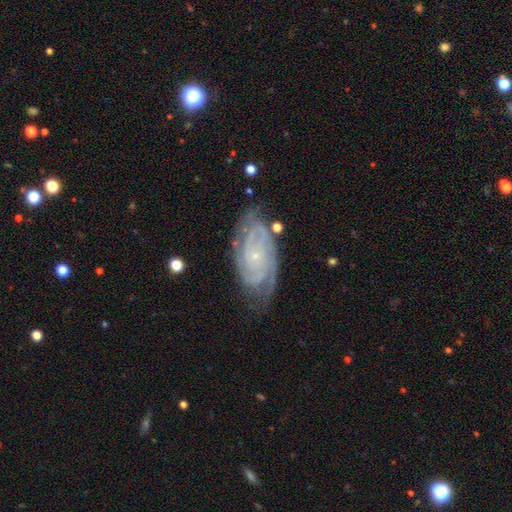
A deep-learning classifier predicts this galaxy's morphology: Smooth or featured?
  - featured or disk: 87% *
  - smooth: 7%
  - star or artifact: 6%
Edge-on disk?
  - no: 96% *
  - yes: 4%
Bar?
  - no: 74% *
  - weak: 20%
  - strong: 6%
Spiral arms?
  - yes: 97% *
  - no: 3%
Spiral winding?
  - tight: 75% *
  - medium: 21%
  - loose: 4%
Spiral arm count?
  - 2: 29% *
  - can't tell: 24%
  - 3: 21%
  - 4: 14%
  - more than 4: 6%
  - 1: 5%
Bulge size?
  - small: 86% *
  - moderate: 9%
  - none: 3%
  - large: 1%
  - dominant: 1%
Merging?
  - none: 70% *
  - minor disturbance: 21%
  - major disturbance: 7%
  - merger: 2%